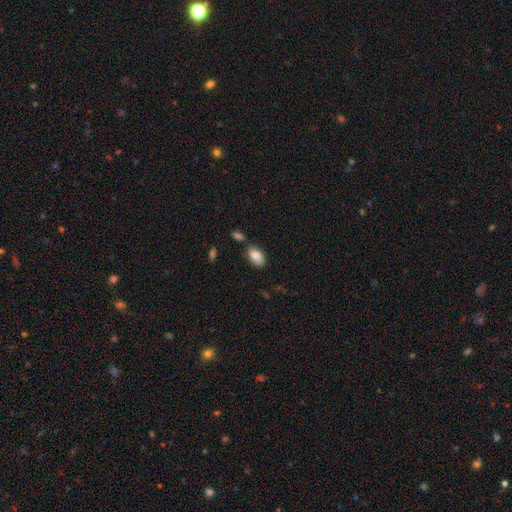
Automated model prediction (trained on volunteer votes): Smooth or featured?
  - smooth: 84% *
  - featured or disk: 9%
  - star or artifact: 7%
How rounded?
  - in between: 93% *
  - round: 4%
  - cigar-shaped: 2%
Merging?
  - none: 72% *
  - minor disturbance: 17%
  - merger: 8%
  - major disturbance: 3%